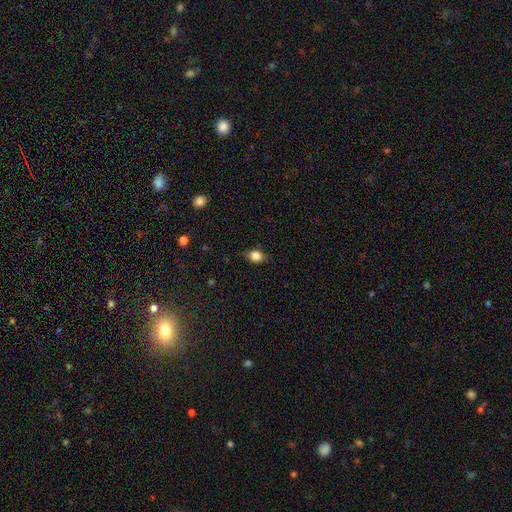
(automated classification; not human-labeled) smooth 83%, star or artifact 10%, featured or disk 7%. Down the decision tree: how rounded — in between (59%); merging — none (79%).